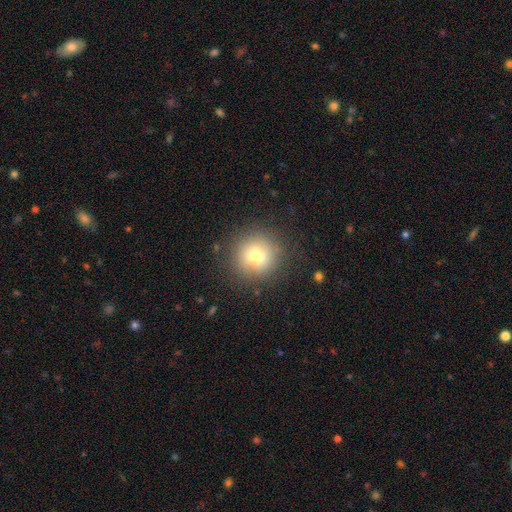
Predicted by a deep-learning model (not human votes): Smooth or featured: smooth — 71% (featured or disk — 15%)
How rounded: round — 93% (in between — 6%)
Merging: none — 83% (minor disturbance — 11%)